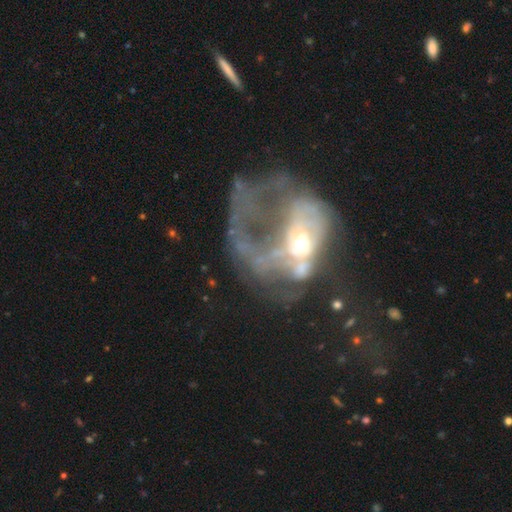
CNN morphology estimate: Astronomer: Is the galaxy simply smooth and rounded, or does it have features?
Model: featured or disk — 70%.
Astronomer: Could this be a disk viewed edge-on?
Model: no — 97%.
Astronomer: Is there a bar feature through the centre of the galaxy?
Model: no — 70%.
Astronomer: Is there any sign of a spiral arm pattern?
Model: no — 53% (runner-up: yes, 47%).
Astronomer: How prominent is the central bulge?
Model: moderate — 45% (runner-up: small, 44%).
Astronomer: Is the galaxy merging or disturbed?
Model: major disturbance — 57%.